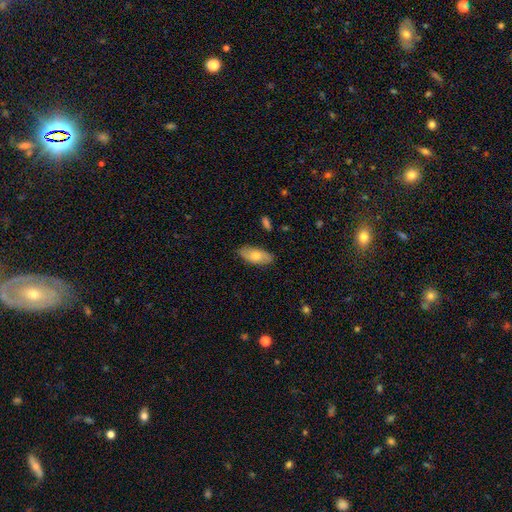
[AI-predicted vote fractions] The model was most divided on "smooth or featured": smooth: 63%, featured or disk: 31%, star or artifact: 6%. More confident: how rounded — in between (88%); merging — none (84%).